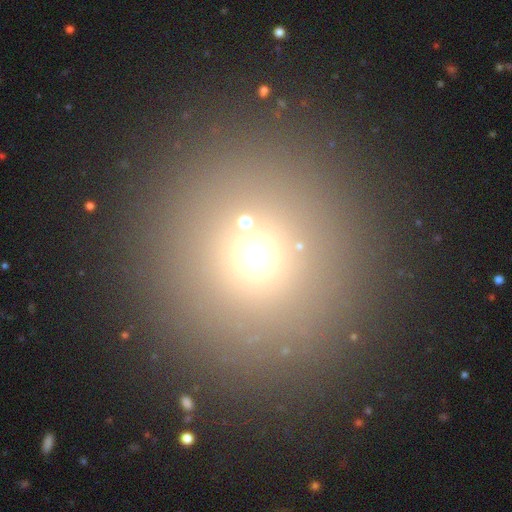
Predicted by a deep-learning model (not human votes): Smooth or featured: smooth — 63% (star or artifact — 27%)
How rounded: round — 94% (in between — 5%)
Merging: none — 87% (minor disturbance — 6%)